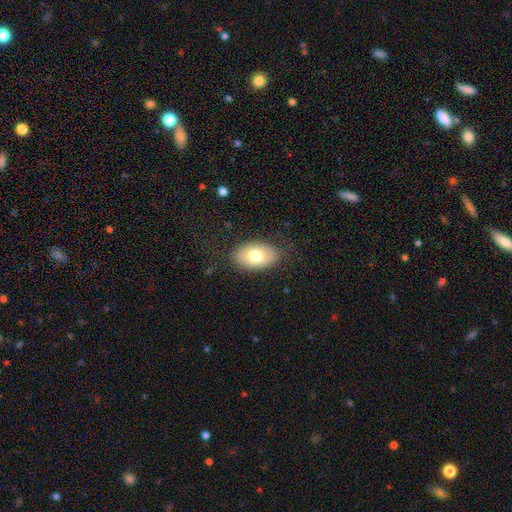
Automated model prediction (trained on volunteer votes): Overall: smooth (73%). How rounded: in between (91%). Merging: none (81%).